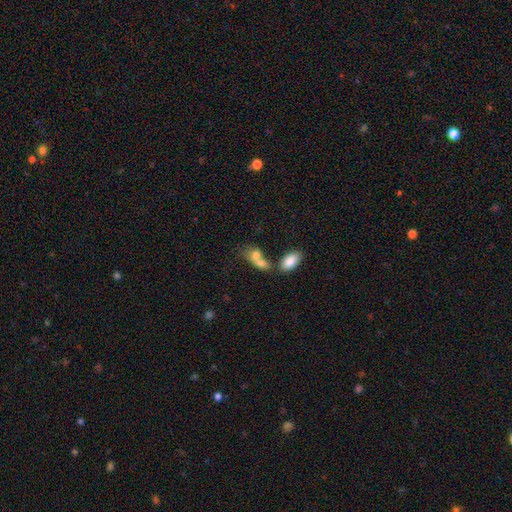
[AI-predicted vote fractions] The model was most divided on "merging": merger: 61%, none: 23%, minor disturbance: 9%, major disturbance: 7%. More confident: how rounded — in between (74%); smooth or featured — smooth (74%).